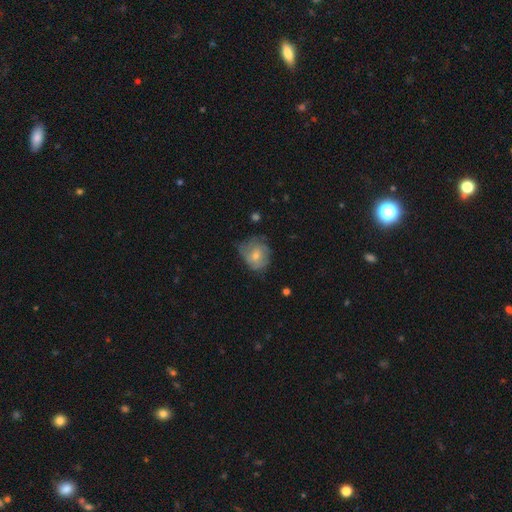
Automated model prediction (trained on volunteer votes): Q: Smooth or featured?
A: featured or disk (48%); runner-up: smooth (42%)
Q: Merging?
A: none (55%); runner-up: minor disturbance (30%)